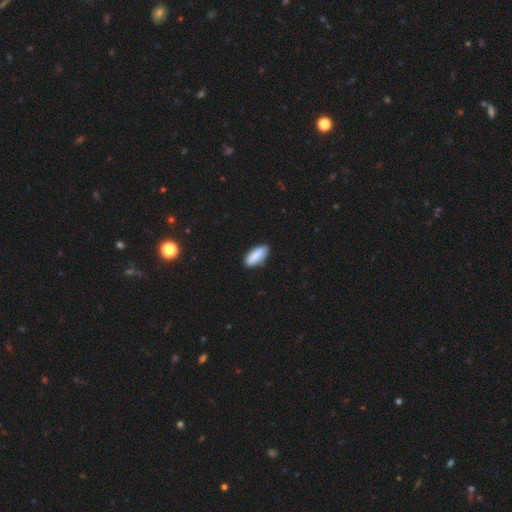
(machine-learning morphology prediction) Q: Smooth or featured?
A: smooth (88%); runner-up: featured or disk (6%)
Q: How rounded?
A: in between (76%); runner-up: cigar-shaped (22%)
Q: Merging?
A: none (86%); runner-up: minor disturbance (11%)